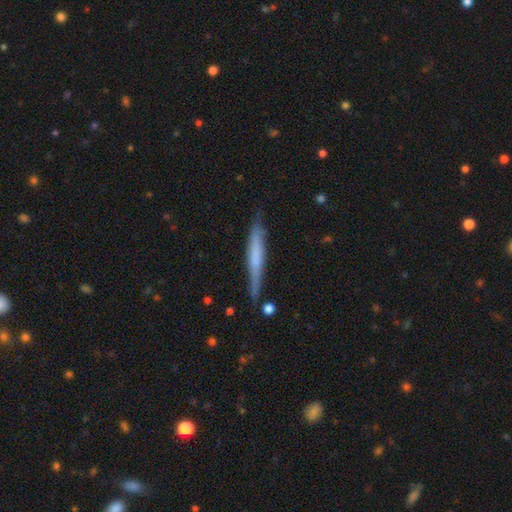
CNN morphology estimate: Smooth or featured? Predicted: smooth (p=0.50). Merging? Predicted: none (p=0.76).